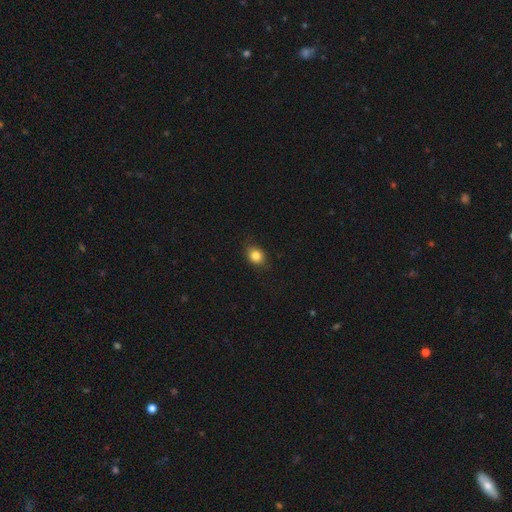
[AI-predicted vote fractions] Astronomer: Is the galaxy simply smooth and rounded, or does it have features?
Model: smooth — 83%.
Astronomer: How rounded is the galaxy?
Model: round — 53% (runner-up: in between, 46%).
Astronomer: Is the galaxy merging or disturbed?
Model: none — 83%.